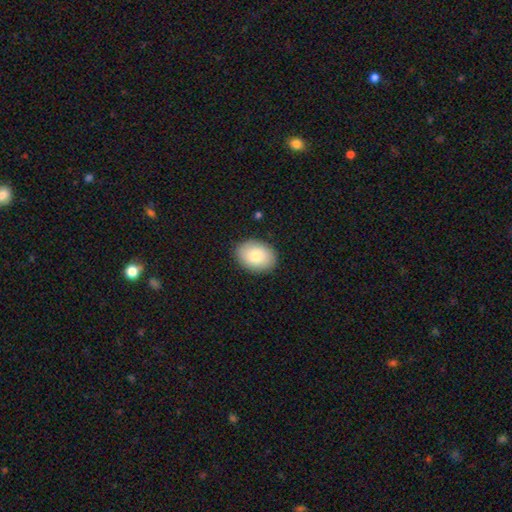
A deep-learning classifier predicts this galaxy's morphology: This appears to be a smooth galaxy with no disk features (83%) that is in between round and cigar-shaped (75%). Merging: none (88%).